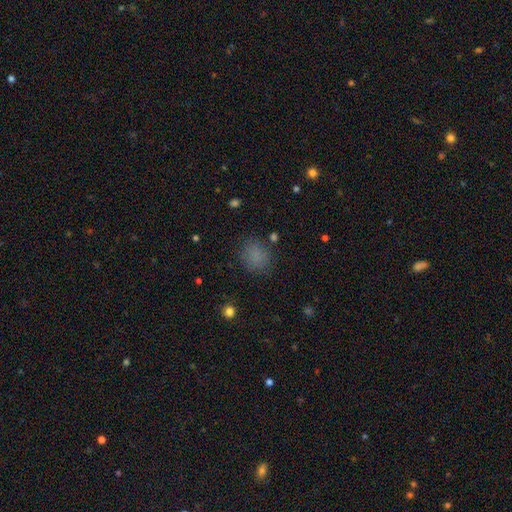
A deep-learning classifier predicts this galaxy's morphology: smooth 79%, star or artifact 15%, featured or disk 6%. Down the decision tree: how rounded — round (67%); merging — none (81%).